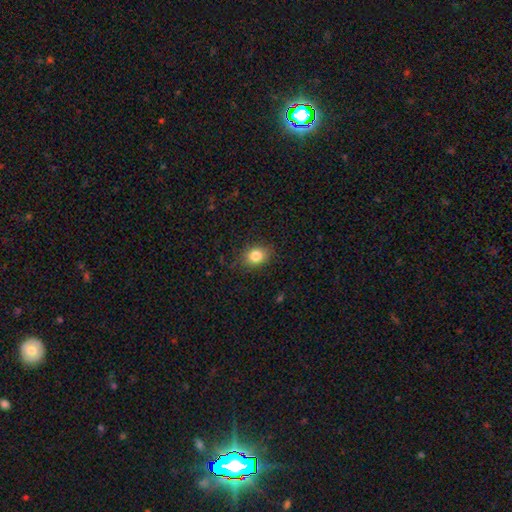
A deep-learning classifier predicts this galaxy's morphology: smooth-or-featured: smooth: 83% | star or artifact: 10% | featured or disk: 7%
  how-rounded: in between: 58% | round: 41% | cigar-shaped: 1%
  merging: none: 85% | minor disturbance: 12% | major disturbance: 3% | merger: 1%